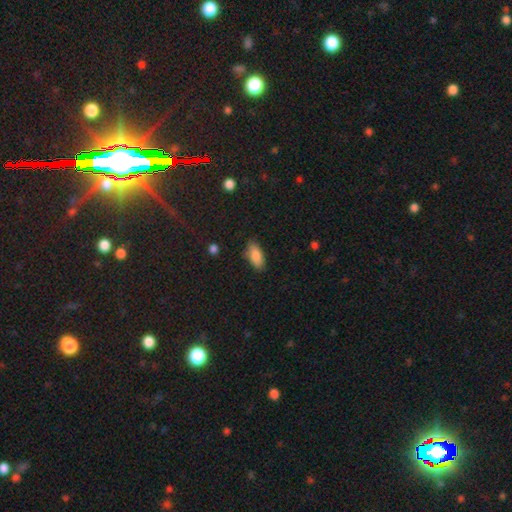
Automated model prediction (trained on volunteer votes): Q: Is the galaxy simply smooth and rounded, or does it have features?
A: smooth — 86%.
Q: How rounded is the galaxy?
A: in between — 87%.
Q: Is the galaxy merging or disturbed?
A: none — 78%.